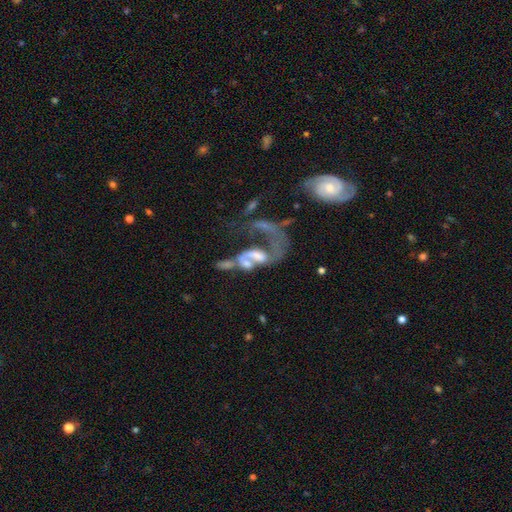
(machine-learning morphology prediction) Smooth or featured? featured or disk (68%)
Edge-on disk? no (95%)
Bar? no (64%)
Spiral arms? yes (57%)
Bulge size? moderate (32%)
Merging? merger (49%)